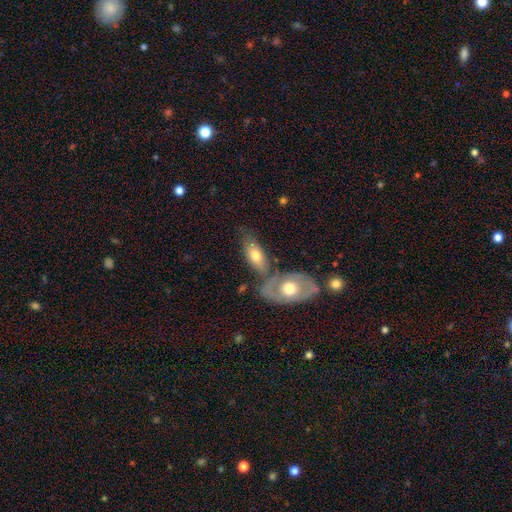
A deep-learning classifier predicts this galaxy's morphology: smooth 55%, featured or disk 39%, star or artifact 6%. Down the decision tree: how rounded — in between (84%); merging — none (49%).